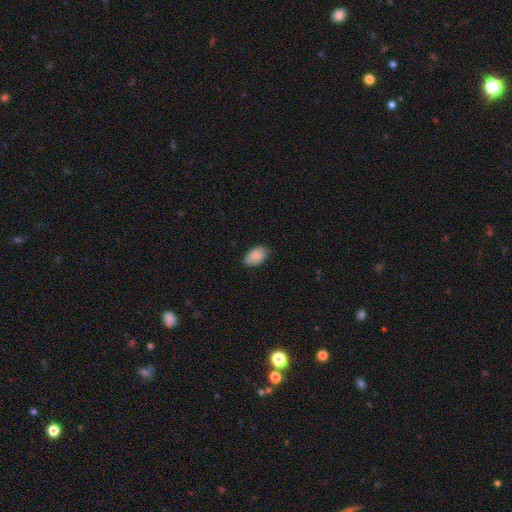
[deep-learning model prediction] Smooth or featured? smooth (87%)
How rounded? in between (92%)
Merging? none (80%)